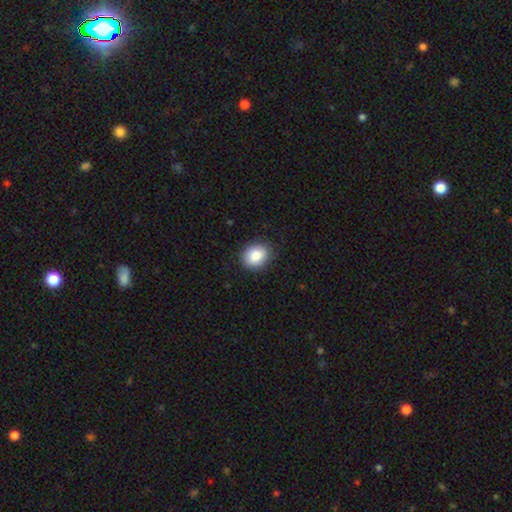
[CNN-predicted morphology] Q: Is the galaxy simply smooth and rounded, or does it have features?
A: smooth — 87%.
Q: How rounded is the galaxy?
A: round — 58%.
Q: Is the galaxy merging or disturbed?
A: none — 83%.